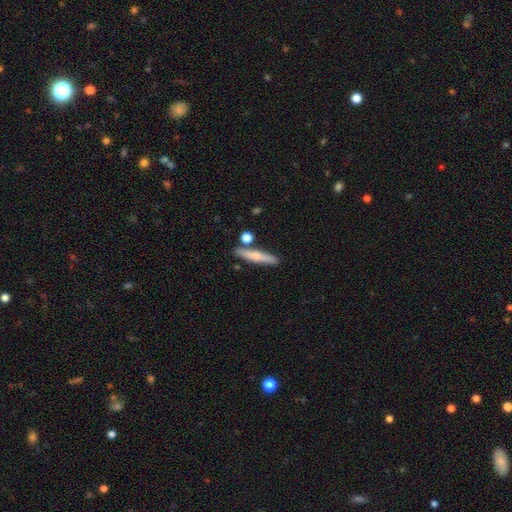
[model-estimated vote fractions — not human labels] Q: Smooth or featured?
A: smooth (64%); runner-up: featured or disk (29%)
Q: How rounded?
A: cigar-shaped (89%); runner-up: in between (8%)
Q: Merging?
A: none (81%); runner-up: minor disturbance (9%)